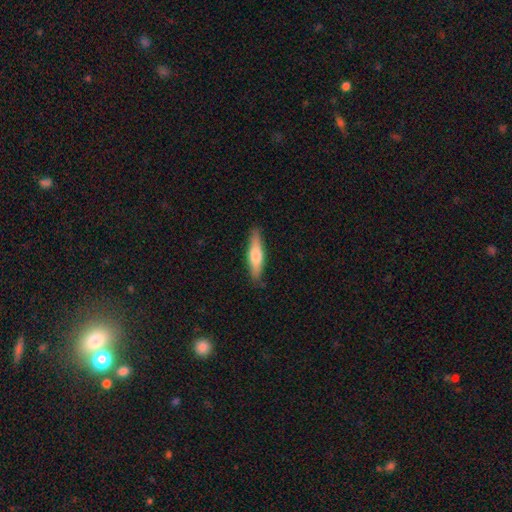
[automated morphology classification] Smooth or featured? Predicted: smooth (p=0.62). How rounded? Predicted: cigar-shaped (p=0.73). Merging? Predicted: none (p=0.85).